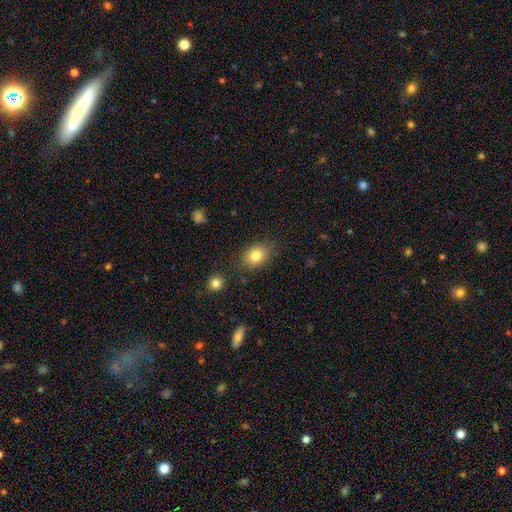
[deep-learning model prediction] Smooth or featured: smooth — 82% (star or artifact — 9%)
How rounded: in between — 68% (round — 31%)
Merging: none — 78% (minor disturbance — 15%)